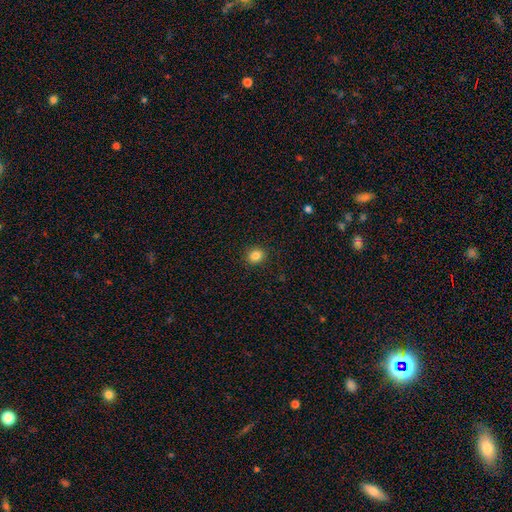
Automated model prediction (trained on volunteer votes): A smooth galaxy with no disk features (84%) that is round (79%).

Vote fractions:
- Smooth or featured? smooth: 84% / star or artifact: 11% / featured or disk: 5%
- How rounded? round: 79% / in between: 20% / cigar-shaped: 1%
- Merging? none: 91% / minor disturbance: 6% / major disturbance: 2% / merger: 1%